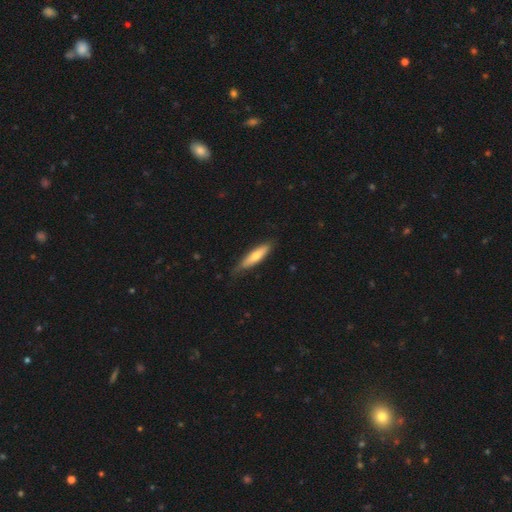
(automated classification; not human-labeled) Morphology: type=smooth (67%); roundness=cigar-shaped (76%); merging=none (76%).